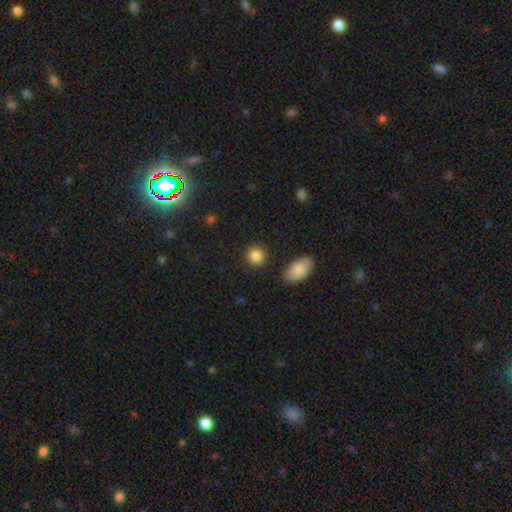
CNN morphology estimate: smooth_or_featured: smooth (p=0.86) [alt: star or artifact p=0.09]
how_rounded: round (p=0.88) [alt: in between p=0.11]
merging: none (p=0.88) [alt: minor disturbance p=0.07]